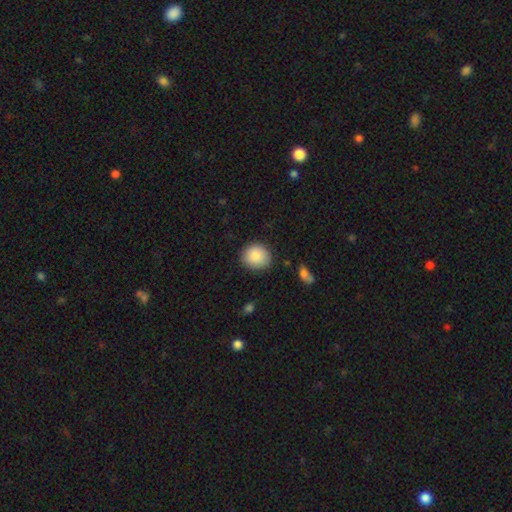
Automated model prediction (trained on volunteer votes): A smooth galaxy with no disk features (87%) that is round (80%). Merging: none (85%).